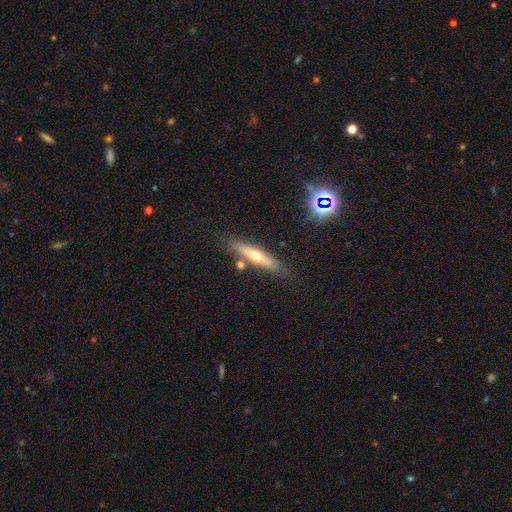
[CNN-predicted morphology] Smooth or featured? Predicted: featured or disk (p=0.48). Merging? Predicted: none (p=0.79).